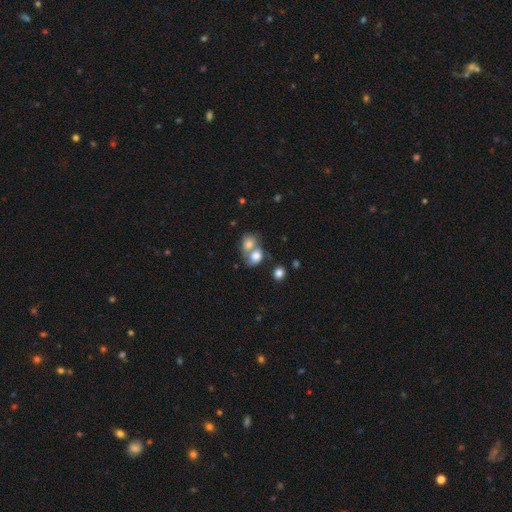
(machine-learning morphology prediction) Overall: smooth (77%). How rounded: in between (57%; round 42%). Merging: merger (63%; none 25%).